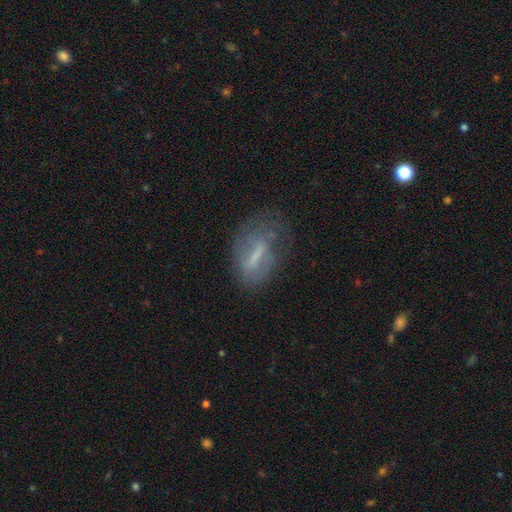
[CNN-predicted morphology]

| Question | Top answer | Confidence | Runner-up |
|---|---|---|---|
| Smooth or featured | featured or disk | 50% | smooth (39%) |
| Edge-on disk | no | 83% | yes (17%) |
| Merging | none | 54% | minor disturbance (26%) |